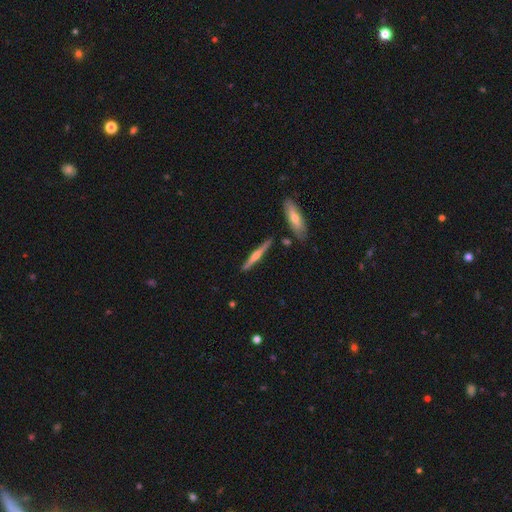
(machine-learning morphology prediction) The model was most divided on "smooth or featured": featured or disk: 68%, smooth: 27%, star or artifact: 5%. More confident: edge-on disk — yes (97%); edge-on bulge — rounded (86%); merging — none (86%).